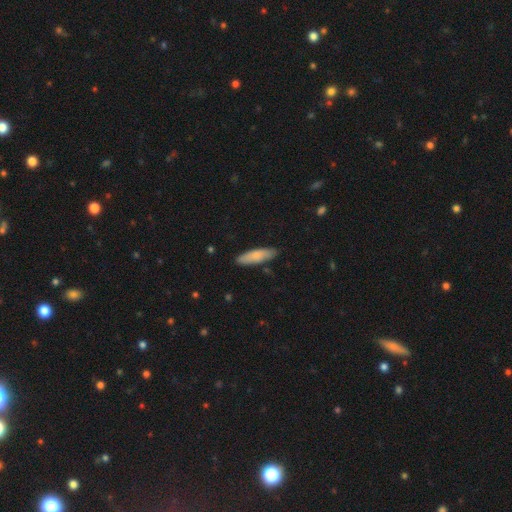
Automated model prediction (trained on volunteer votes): The model was most divided on "how rounded": cigar-shaped: 63%, in between: 35%, round: 2%. More confident: merging — none (86%); smooth or featured — smooth (79%).